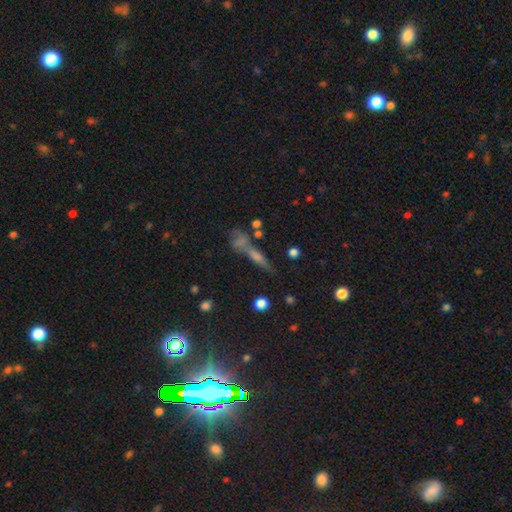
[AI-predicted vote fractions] featured or disk 40%, smooth 37%, star or artifact 23%. Down the decision tree: merging — none (59%).